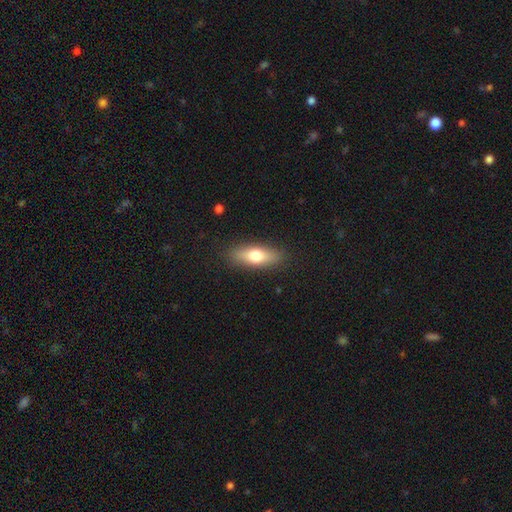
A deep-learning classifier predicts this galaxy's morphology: A smooth galaxy with no disk features (69%) that is in between round and cigar-shaped (60%).

Vote fractions:
- Smooth or featured? smooth: 69% / featured or disk: 24% / star or artifact: 7%
- How rounded? in between: 60% / cigar-shaped: 36% / round: 4%
- Merging? none: 87% / minor disturbance: 9% / major disturbance: 2% / merger: 1%